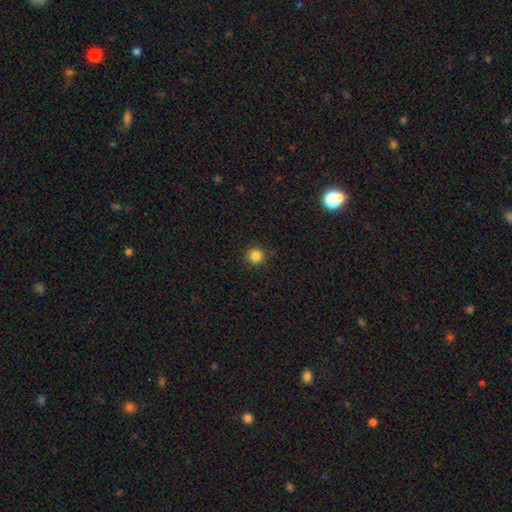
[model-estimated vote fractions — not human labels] Smooth or featured? Predicted: smooth (p=0.84). How rounded? Predicted: round (p=0.94). Merging? Predicted: none (p=0.89).